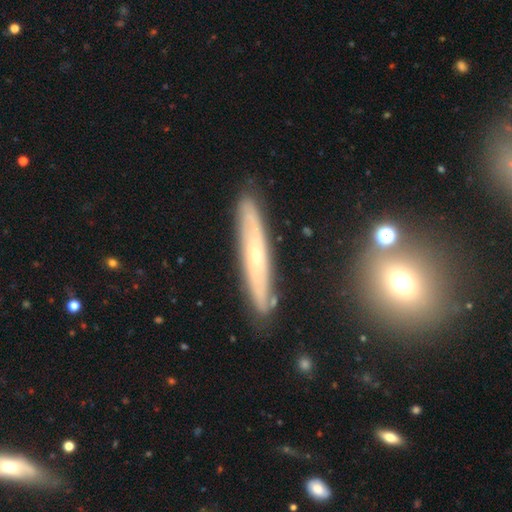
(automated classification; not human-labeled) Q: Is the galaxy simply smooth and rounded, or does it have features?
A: featured or disk — 65%.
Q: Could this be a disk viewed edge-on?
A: yes — 67%.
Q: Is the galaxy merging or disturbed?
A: none — 84%.